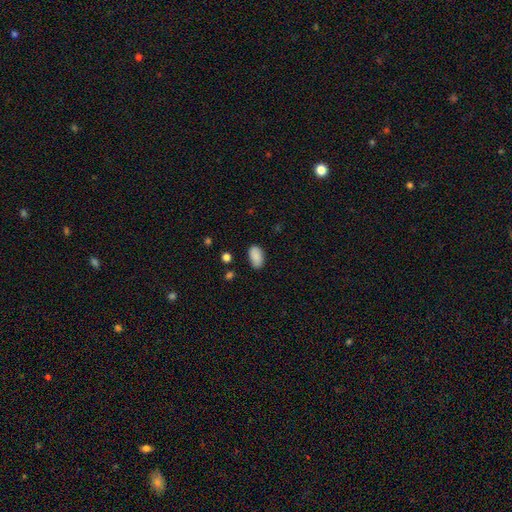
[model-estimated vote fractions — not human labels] smooth_or_featured: smooth (p=0.87) [alt: star or artifact p=0.07]
how_rounded: in between (p=0.94) [alt: round p=0.05]
merging: none (p=0.80) [alt: minor disturbance p=0.15]